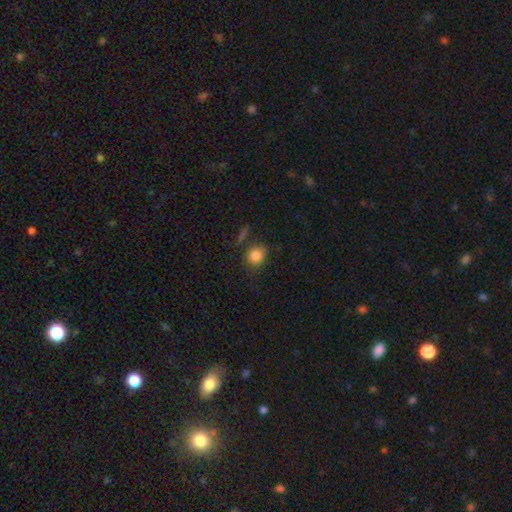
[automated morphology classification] Smooth or featured? Predicted: smooth (p=0.84). How rounded? Predicted: round (p=0.79). Merging? Predicted: none (p=0.75).